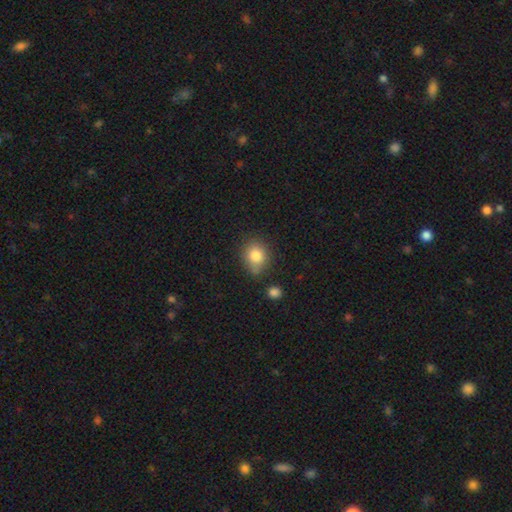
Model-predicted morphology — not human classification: Smooth or featured?
  - smooth: 83% *
  - star or artifact: 10%
  - featured or disk: 8%
How rounded?
  - round: 66% *
  - in between: 33%
  - cigar-shaped: 1%
Merging?
  - none: 67% *
  - minor disturbance: 19%
  - merger: 9%
  - major disturbance: 5%